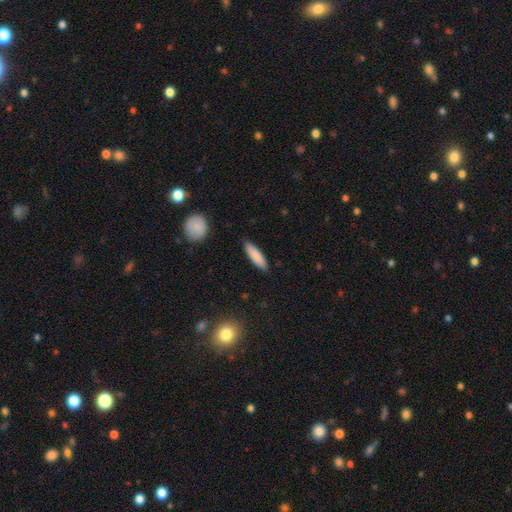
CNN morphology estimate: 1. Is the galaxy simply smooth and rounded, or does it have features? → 85% smooth, 9% featured or disk, 6% star or artifact.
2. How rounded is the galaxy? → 66% cigar-shaped, 32% in between, 1% round.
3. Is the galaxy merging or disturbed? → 86% none, 10% minor disturbance, 2% major disturbance, 1% merger.